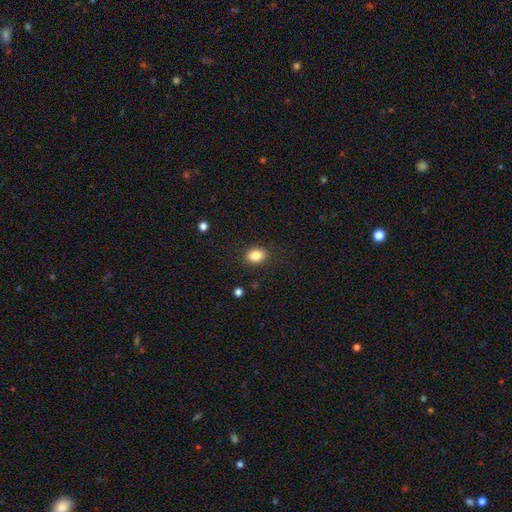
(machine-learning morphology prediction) smooth-or-featured: smooth: 85% | star or artifact: 9% | featured or disk: 6%
  how-rounded: in between: 57% | round: 42% | cigar-shaped: 1%
  merging: none: 88% | minor disturbance: 9% | major disturbance: 3% | merger: 1%